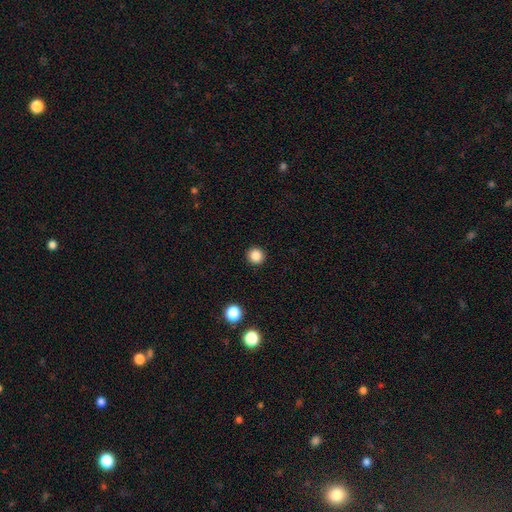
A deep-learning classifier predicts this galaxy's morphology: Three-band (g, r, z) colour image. It shows a smooth galaxy with no disk features (86%) that is round (95%). Merging: none (93%).